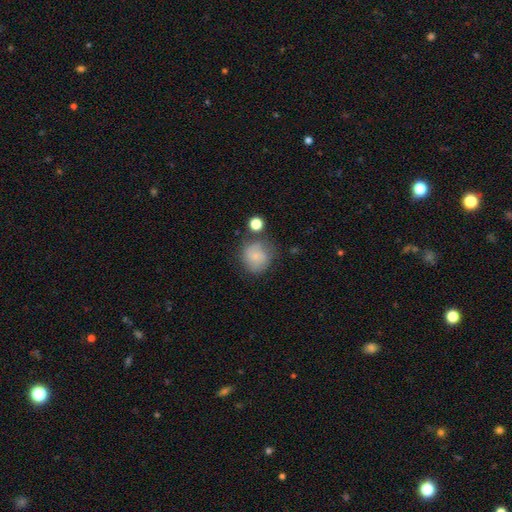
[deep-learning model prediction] smooth 73%, featured or disk 18%, star or artifact 9%. Down the decision tree: how rounded — round (84%); merging — none (61%).